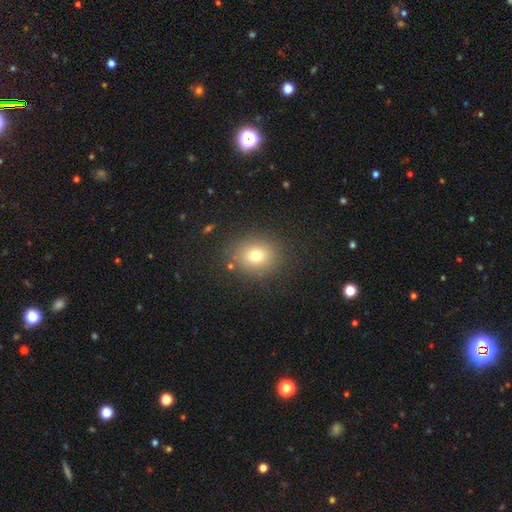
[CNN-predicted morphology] A smooth galaxy with no disk features (75%) that is round (69%).

Vote fractions:
- Smooth or featured? smooth: 75% / star or artifact: 15% / featured or disk: 10%
- How rounded? round: 69% / in between: 30% / cigar-shaped: 1%
- Merging? none: 86% / minor disturbance: 8% / major disturbance: 3% / merger: 2%